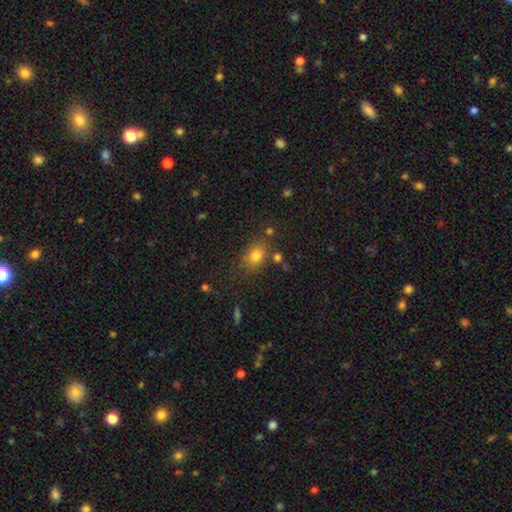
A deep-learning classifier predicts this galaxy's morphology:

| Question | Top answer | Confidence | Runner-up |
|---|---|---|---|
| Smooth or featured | smooth | 77% | star or artifact (14%) |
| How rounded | in between | 62% | round (36%) |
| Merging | none | 71% | minor disturbance (16%) |